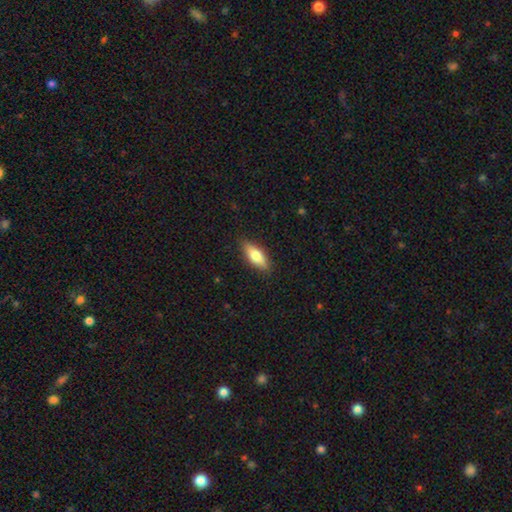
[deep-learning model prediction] smooth-or-featured: smooth: 70% | featured or disk: 23% | star or artifact: 6%
  how-rounded: in between: 64% | cigar-shaped: 33% | round: 3%
  merging: none: 87% | minor disturbance: 10% | major disturbance: 2% | merger: 1%